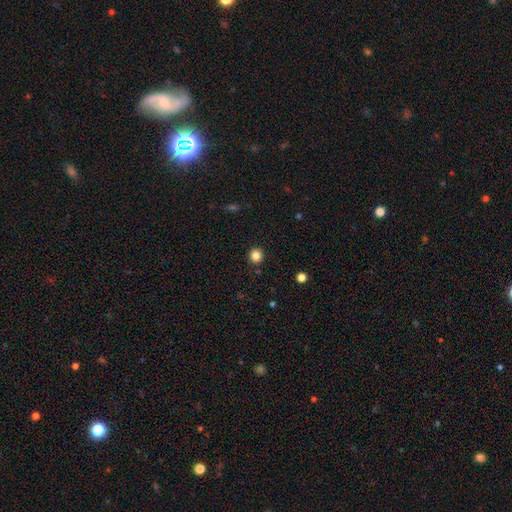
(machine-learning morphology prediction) smooth_or_featured: smooth (p=0.84) [alt: star or artifact p=0.12]
how_rounded: round (p=0.94) [alt: in between p=0.05]
merging: none (p=0.91) [alt: minor disturbance p=0.05]